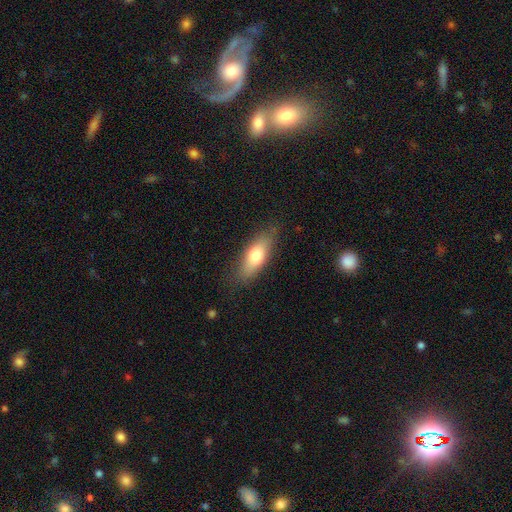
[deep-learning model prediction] Smooth or featured?
  - smooth: 72% *
  - featured or disk: 21%
  - star or artifact: 7%
How rounded?
  - in between: 68% *
  - cigar-shaped: 29%
  - round: 3%
Merging?
  - none: 80% *
  - minor disturbance: 15%
  - major disturbance: 4%
  - merger: 1%